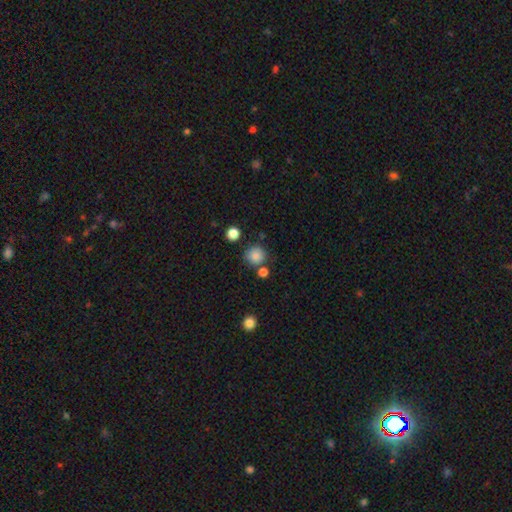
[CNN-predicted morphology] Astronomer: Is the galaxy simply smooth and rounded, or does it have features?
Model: smooth — 85%.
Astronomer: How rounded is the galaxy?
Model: round — 91%.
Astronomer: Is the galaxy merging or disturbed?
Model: none — 76%.